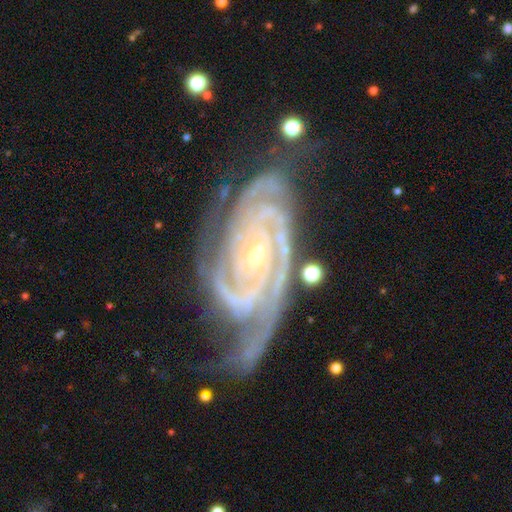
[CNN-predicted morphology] The model was most divided on "spiral arm count": 3: 35%, 2: 29%, 4: 16%, can't tell: 8%, more than 4: 6%, 1: 6%. More confident: spiral arms — yes (99%); edge-on disk — no (97%); smooth or featured — featured or disk (93%); spiral winding — tight (81%); bulge size — small (73%); merging — none (60%); bar — no (53%).